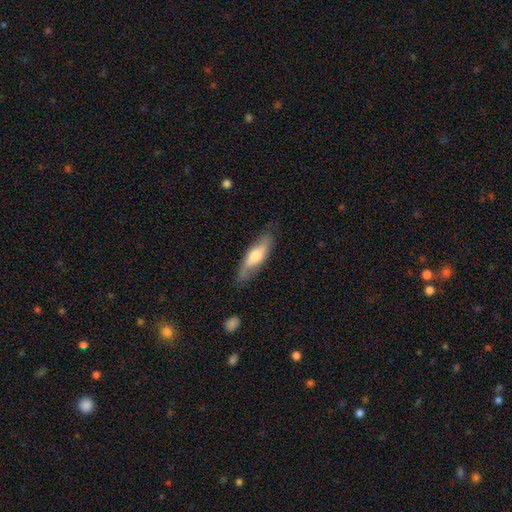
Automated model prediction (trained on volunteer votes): smooth_or_featured: smooth (p=0.56) [alt: featured or disk p=0.39]
how_rounded: cigar-shaped (p=0.54) [alt: in between p=0.44]
merging: none (p=0.75) [alt: minor disturbance p=0.19]